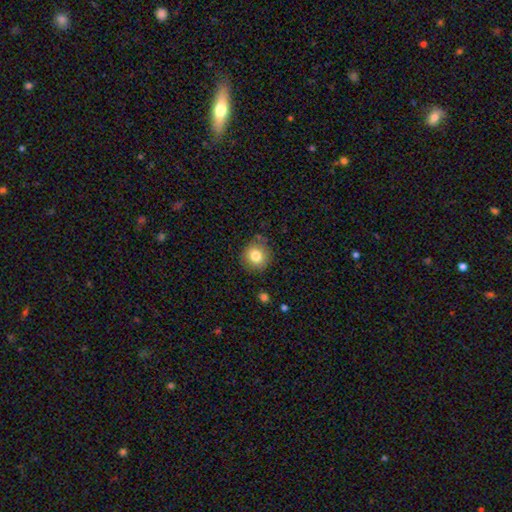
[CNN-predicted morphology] Q: Smooth or featured?
A: smooth (81%); runner-up: star or artifact (10%)
Q: How rounded?
A: round (89%); runner-up: in between (11%)
Q: Merging?
A: none (83%); runner-up: minor disturbance (12%)